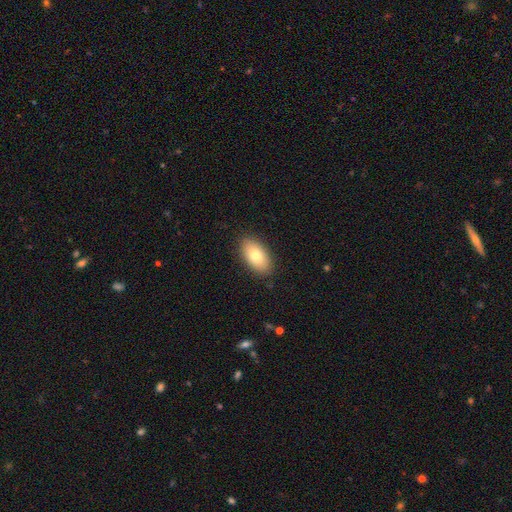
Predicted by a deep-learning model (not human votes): This appears to be a smooth galaxy with no disk features (77%) that is in between round and cigar-shaped (93%). Merging: none (87%).